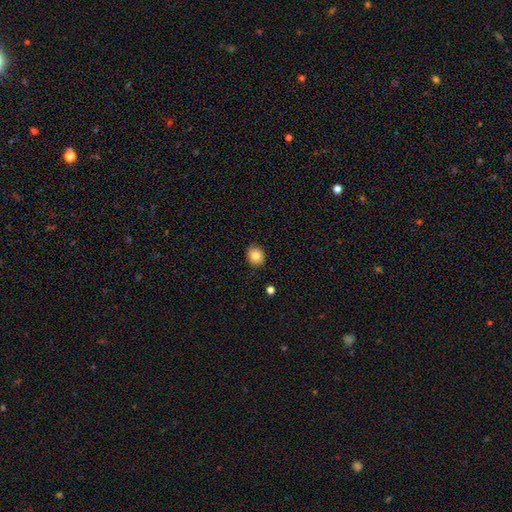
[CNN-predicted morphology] Smooth or featured? Predicted: smooth (p=0.83). How rounded? Predicted: round (p=0.75). Merging? Predicted: none (p=0.89).